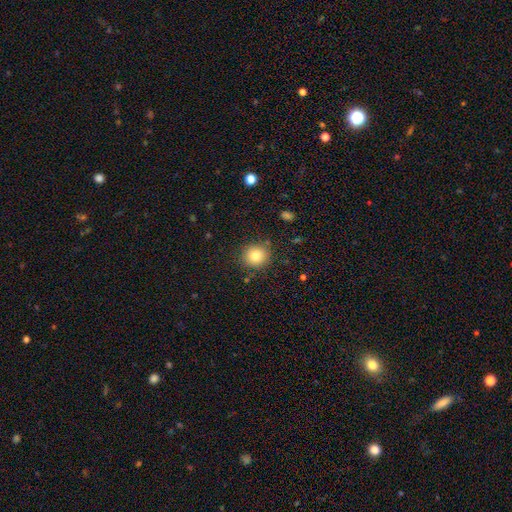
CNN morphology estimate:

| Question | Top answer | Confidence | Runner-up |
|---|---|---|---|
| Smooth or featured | smooth | 82% | star or artifact (11%) |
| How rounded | round | 88% | in between (11%) |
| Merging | none | 87% | minor disturbance (8%) |